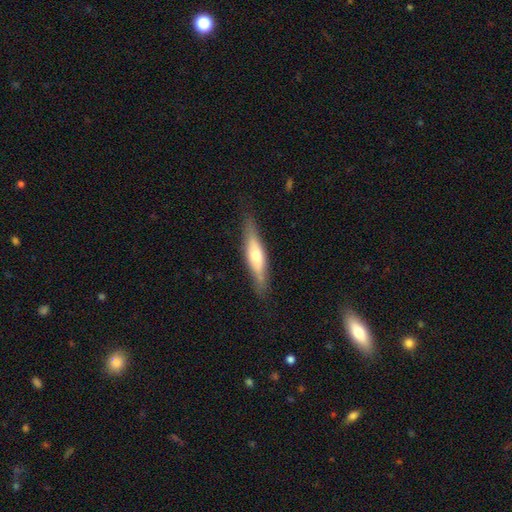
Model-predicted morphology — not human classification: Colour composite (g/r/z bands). It shows a featured or disk galaxy (50%). Merging: none (82%).